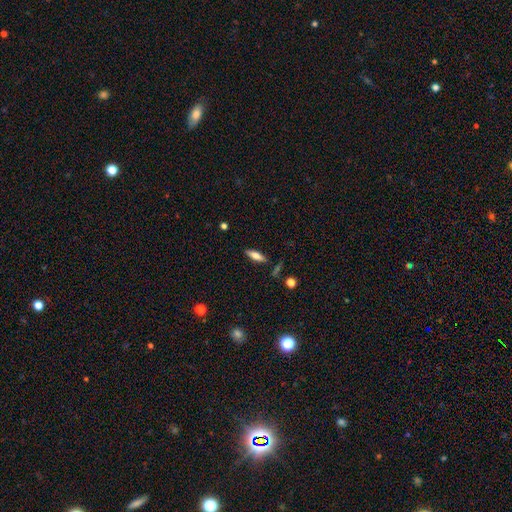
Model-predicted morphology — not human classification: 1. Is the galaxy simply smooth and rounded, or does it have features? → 64% smooth, 29% featured or disk, 8% star or artifact.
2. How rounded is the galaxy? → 49% cigar-shaped (tied), 49% in between (tied), 2% round.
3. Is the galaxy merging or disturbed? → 83% none, 11% minor disturbance, 3% major disturbance, 3% merger.